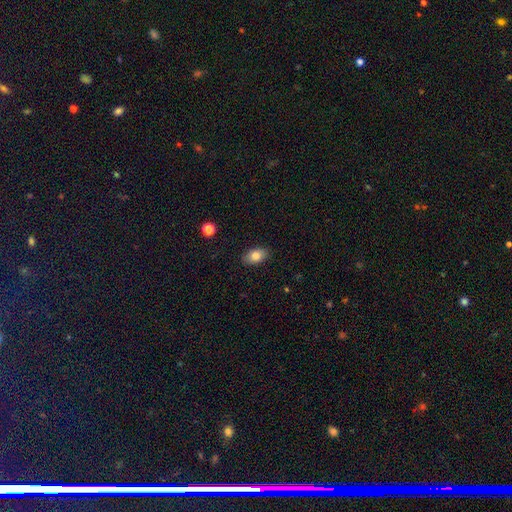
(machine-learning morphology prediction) Smooth or featured?
  - smooth: 81% *
  - featured or disk: 11%
  - star or artifact: 8%
How rounded?
  - in between: 89% *
  - round: 9%
  - cigar-shaped: 2%
Merging?
  - none: 88% *
  - minor disturbance: 9%
  - major disturbance: 2%
  - merger: 1%